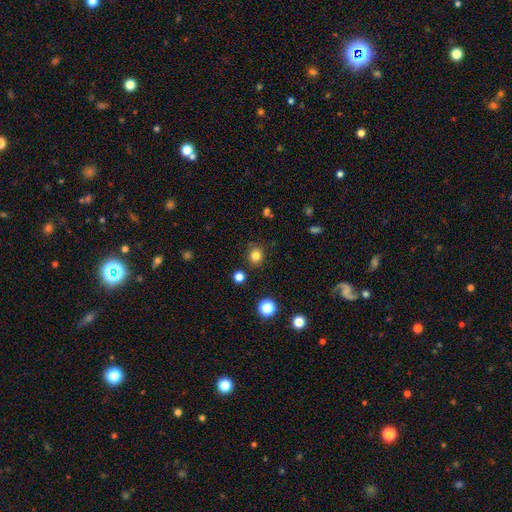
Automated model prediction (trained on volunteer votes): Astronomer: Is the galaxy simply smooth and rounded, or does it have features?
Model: smooth — 82%.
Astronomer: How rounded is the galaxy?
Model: round — 82%.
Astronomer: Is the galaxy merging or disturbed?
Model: none — 84%.